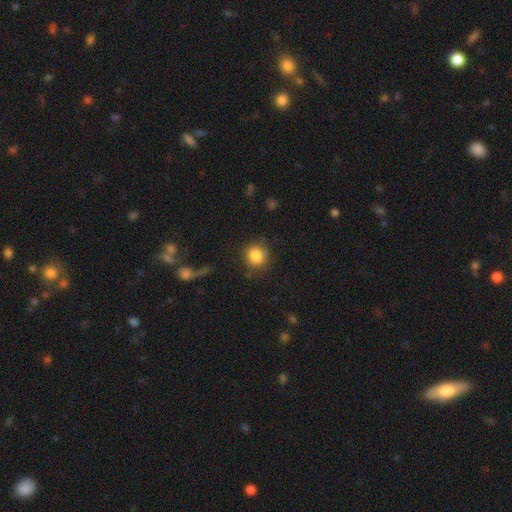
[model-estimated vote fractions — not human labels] A smooth galaxy with no disk features (85%) that is round (86%).

Vote fractions:
- Smooth or featured? smooth: 85% / star or artifact: 9% / featured or disk: 6%
- How rounded? round: 86% / in between: 13% / cigar-shaped: 1%
- Merging? none: 77% / minor disturbance: 14% / major disturbance: 6% / merger: 3%